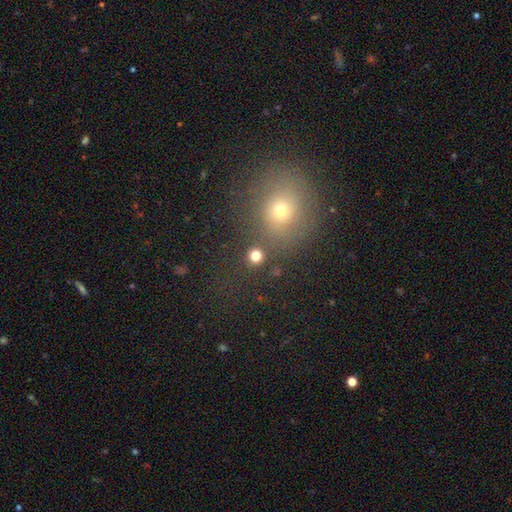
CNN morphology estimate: Smooth or featured: smooth — 79% (star or artifact — 16%)
How rounded: round — 90% (in between — 9%)
Merging: none — 84% (merger — 7%)